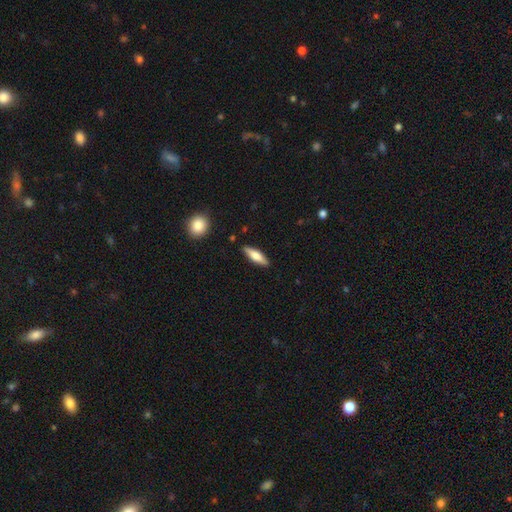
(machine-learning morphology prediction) A smooth galaxy with no disk features (54%) that is cigar-shaped (61%). Merging: none (88%).